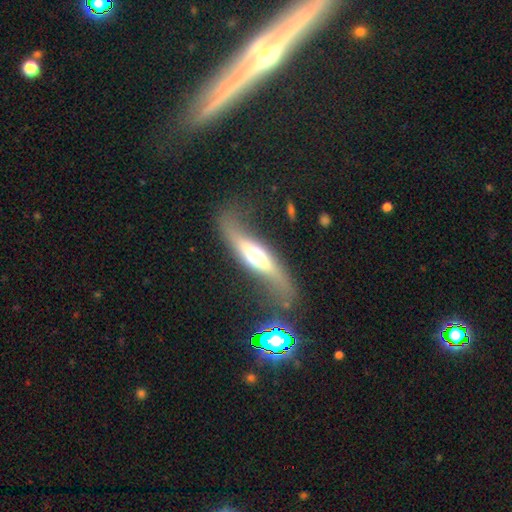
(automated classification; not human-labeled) This appears to be a featured or disk galaxy (63%) viewed edge-on (63%). Merging: none (61%).